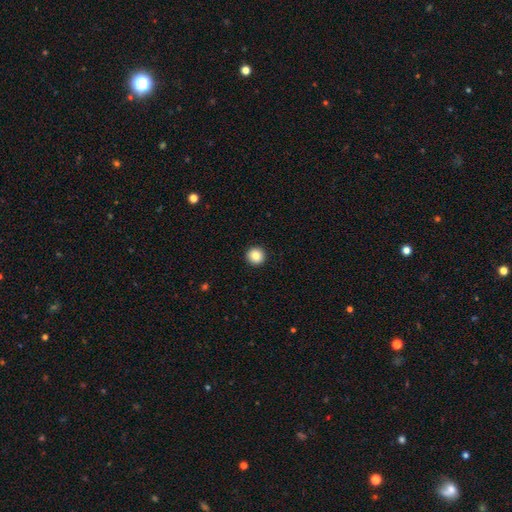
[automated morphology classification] A smooth galaxy with no disk features (84%) that is round (95%). Merging: none (94%).